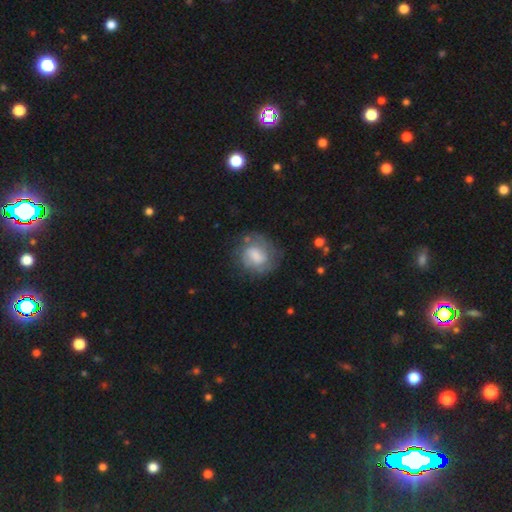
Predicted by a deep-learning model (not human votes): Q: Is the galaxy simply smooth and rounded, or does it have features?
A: featured or disk — 51%.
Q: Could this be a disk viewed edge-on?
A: no — 97%.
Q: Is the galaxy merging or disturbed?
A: none — 62%.